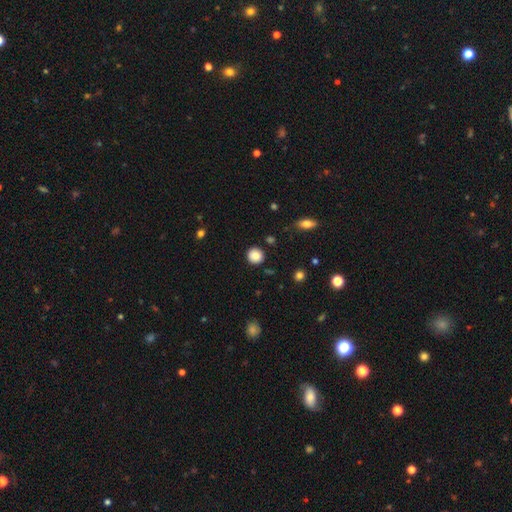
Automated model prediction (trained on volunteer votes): Smooth or featured? Predicted: smooth (p=0.84). How rounded? Predicted: round (p=0.93). Merging? Predicted: none (p=0.90).